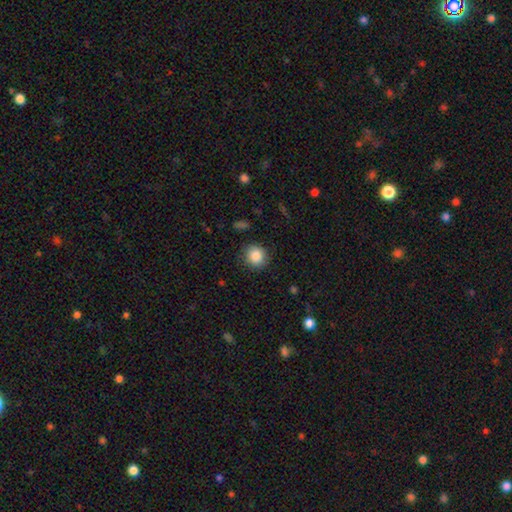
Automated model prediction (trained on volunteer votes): smooth_or_featured: smooth (p=0.87) [alt: star or artifact p=0.09]
how_rounded: round (p=0.88) [alt: in between p=0.11]
merging: none (p=0.86) [alt: minor disturbance p=0.10]